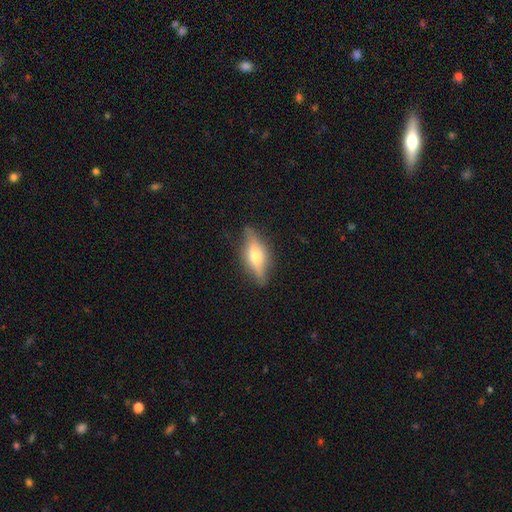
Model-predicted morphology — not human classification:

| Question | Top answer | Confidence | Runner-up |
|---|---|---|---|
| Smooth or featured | featured or disk | 59% | smooth (34%) |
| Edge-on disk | yes | 87% | no (13%) |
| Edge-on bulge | rounded | 91% | boxy (7%) |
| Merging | none | 81% | minor disturbance (15%) |